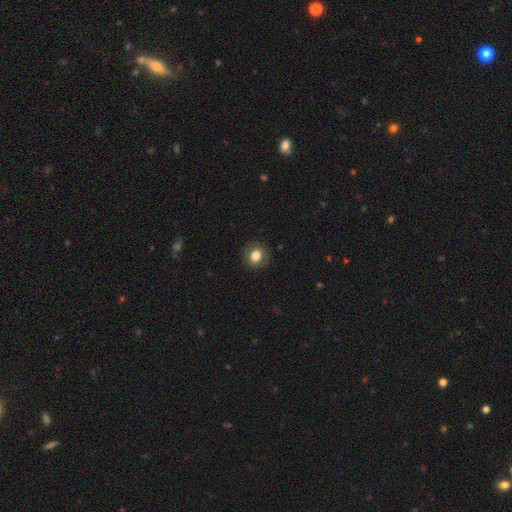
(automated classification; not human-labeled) A smooth galaxy with no disk features (80%) that is round (75%). Merging: none (88%).